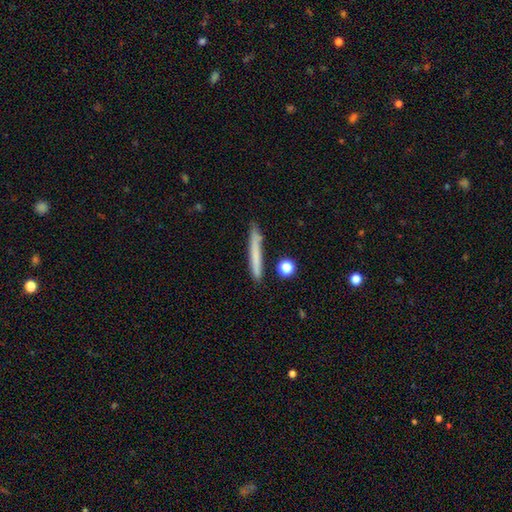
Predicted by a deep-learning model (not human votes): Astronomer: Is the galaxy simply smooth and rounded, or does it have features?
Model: smooth — 69%.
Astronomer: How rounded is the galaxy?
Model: cigar-shaped — 96%.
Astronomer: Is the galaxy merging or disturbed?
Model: none — 82%.